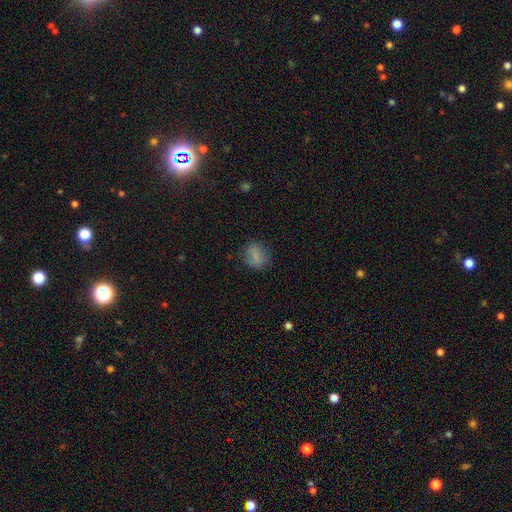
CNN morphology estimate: smooth-or-featured: smooth: 78% | featured or disk: 12% | star or artifact: 10%
  how-rounded: round: 53% | in between: 46% | cigar-shaped: 2%
  merging: none: 75% | minor disturbance: 17% | major disturbance: 6% | merger: 1%